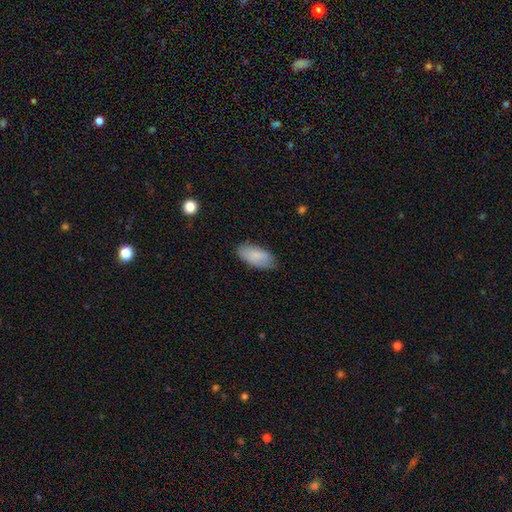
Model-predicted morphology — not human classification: smooth_or_featured: smooth (p=0.84) [alt: featured or disk p=0.10]
how_rounded: in between (p=0.92) [alt: cigar-shaped p=0.06]
merging: none (p=0.81) [alt: minor disturbance p=0.15]